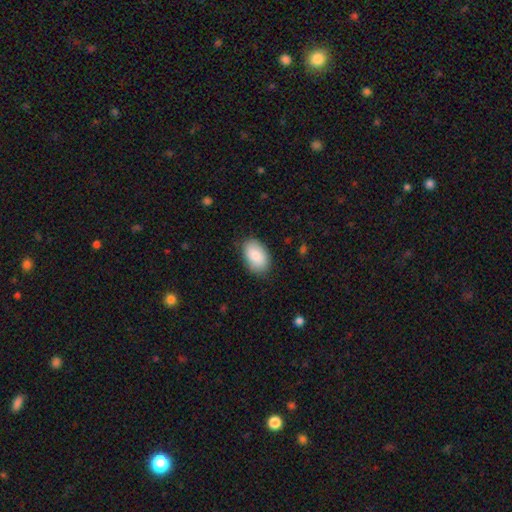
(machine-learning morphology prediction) smooth 86%, featured or disk 9%, star or artifact 6%. Down the decision tree: how rounded — in between (92%); merging — none (83%).